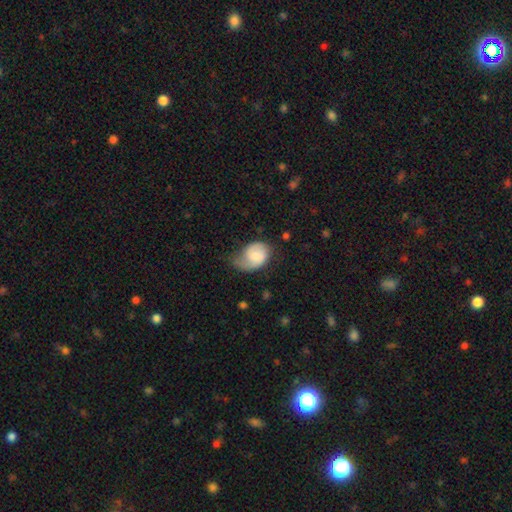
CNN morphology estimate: Smooth or featured?
  - smooth: 53% *
  - featured or disk: 40%
  - star or artifact: 7%
How rounded?
  - in between: 67% *
  - round: 32%
  - cigar-shaped: 1%
Merging?
  - minor disturbance: 39% *
  - none: 30%
  - major disturbance: 29%
  - merger: 2%